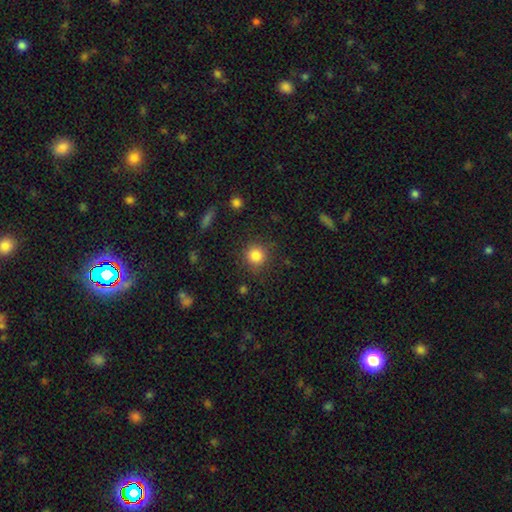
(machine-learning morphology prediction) This appears to be a smooth galaxy with no disk features (84%) that is round (93%). Merging: none (86%).